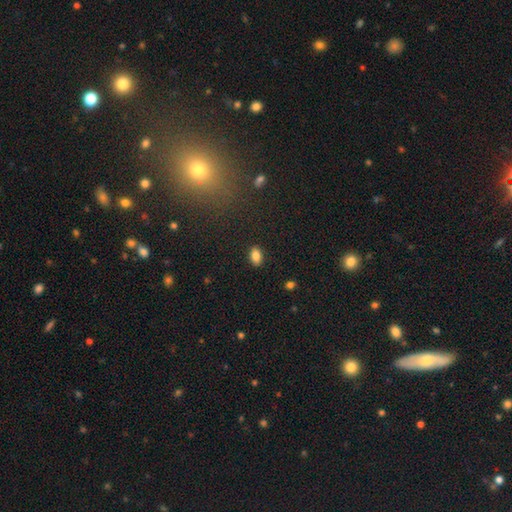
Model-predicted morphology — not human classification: The model was most divided on "smooth or featured": smooth: 84%, star or artifact: 9%, featured or disk: 6%. More confident: merging — none (88%); how rounded — in between (88%).